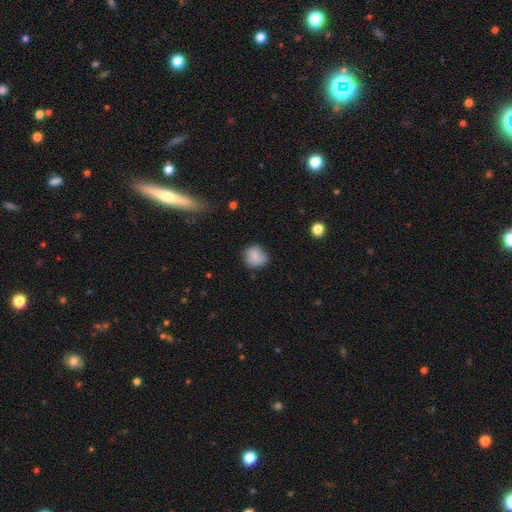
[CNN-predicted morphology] Smooth or featured: smooth — 82% (featured or disk — 9%)
How rounded: round — 77% (in between — 22%)
Merging: none — 70% (minor disturbance — 23%)